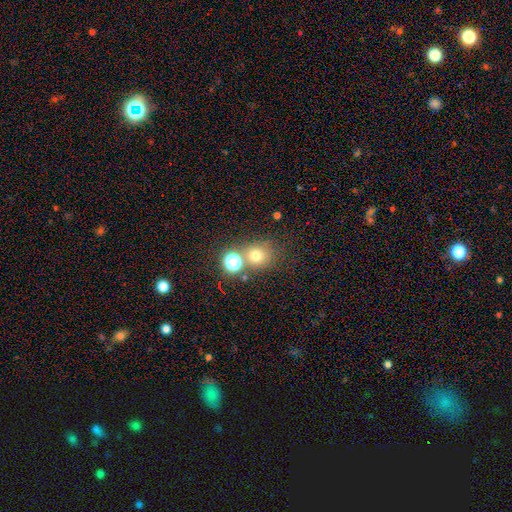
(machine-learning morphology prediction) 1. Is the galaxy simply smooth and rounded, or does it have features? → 69% smooth, 21% star or artifact, 10% featured or disk.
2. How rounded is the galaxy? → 82% round, 17% in between, 1% cigar-shaped.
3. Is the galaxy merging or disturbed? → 63% none, 23% merger, 10% minor disturbance, 5% major disturbance.